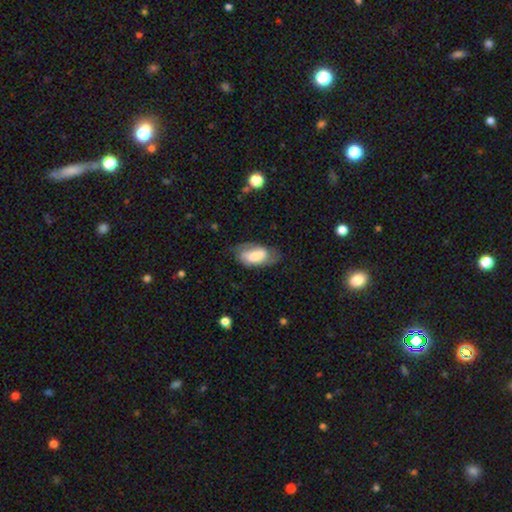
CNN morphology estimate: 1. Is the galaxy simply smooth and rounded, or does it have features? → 51% featured or disk, 42% smooth, 7% star or artifact.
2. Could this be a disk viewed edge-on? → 92% no, 8% yes.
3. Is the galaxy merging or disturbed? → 64% none, 23% minor disturbance, 12% major disturbance, 2% merger.